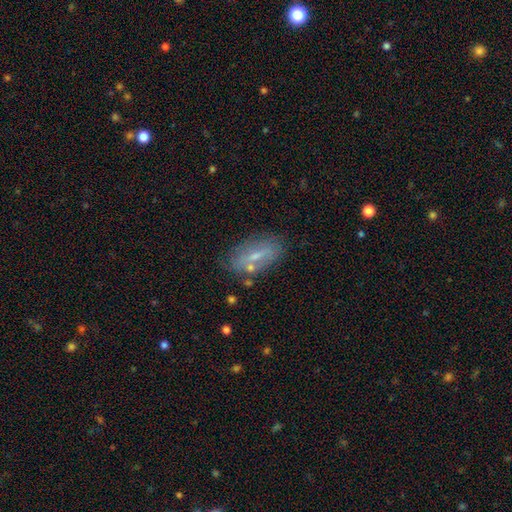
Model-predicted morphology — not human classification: type=featured or disk (47%); merging=none (72%).